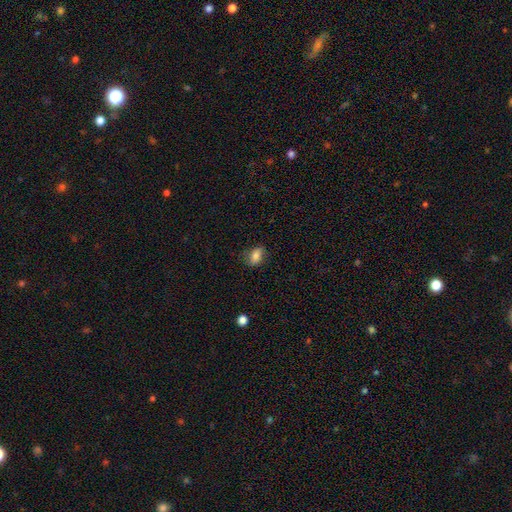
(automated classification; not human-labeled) The model was most divided on "merging": none: 74%, minor disturbance: 20%, major disturbance: 5%, merger: 1%. More confident: smooth or featured — smooth (81%); how rounded — in between (81%).